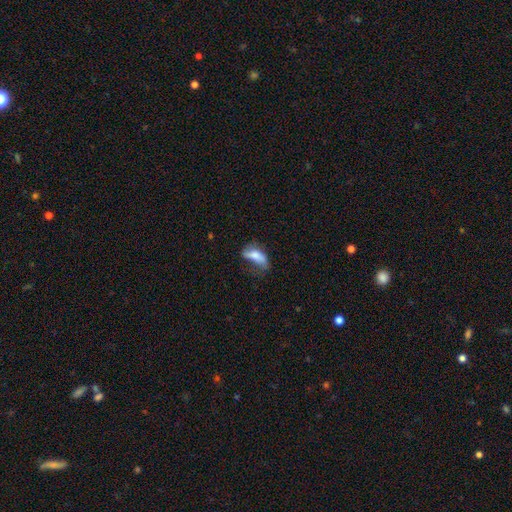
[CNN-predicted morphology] A smooth galaxy with no disk features (59%) that is in between round and cigar-shaped (76%).

Vote fractions:
- Smooth or featured? smooth: 59% / featured or disk: 33% / star or artifact: 8%
- How rounded? in between: 76% / cigar-shaped: 20% / round: 4%
- Merging? major disturbance: 34% / none: 33% / minor disturbance: 30% / merger: 3%